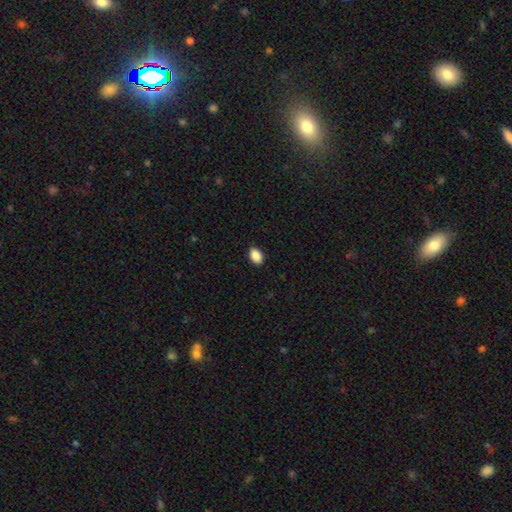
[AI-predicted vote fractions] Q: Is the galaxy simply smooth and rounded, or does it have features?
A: smooth — 89%.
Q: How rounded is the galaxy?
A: in between — 85%.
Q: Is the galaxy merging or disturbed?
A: none — 88%.